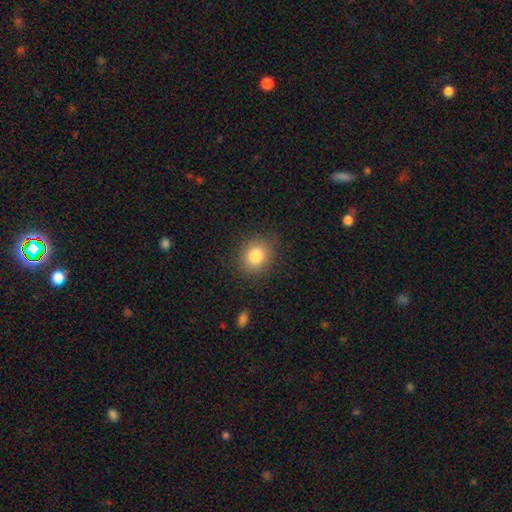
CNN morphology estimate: Smooth or featured? Predicted: smooth (p=0.84). How rounded? Predicted: round (p=0.65). Merging? Predicted: none (p=0.85).